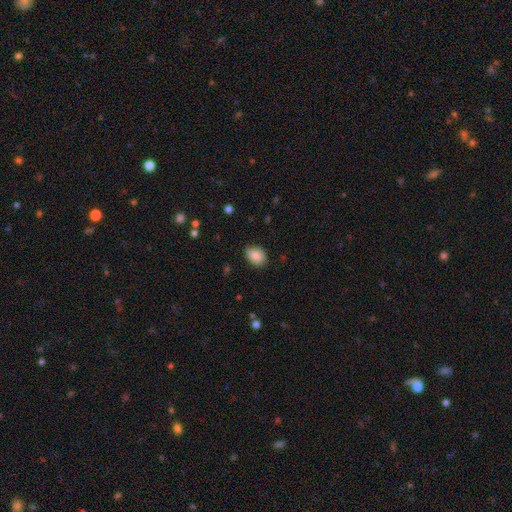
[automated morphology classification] Overall: smooth (84%). How rounded: in between (69%; round 30%). Merging: none (80%).